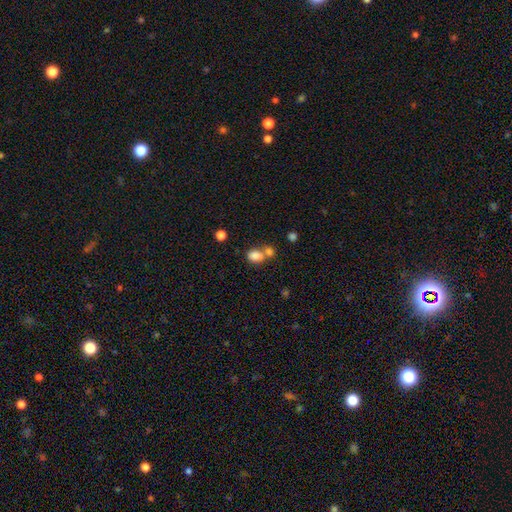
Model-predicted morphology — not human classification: smooth_or_featured: smooth (p=0.83) [alt: star or artifact p=0.11]
how_rounded: in between (p=0.73) [alt: round p=0.26]
merging: merger (p=0.44) [alt: none p=0.41]